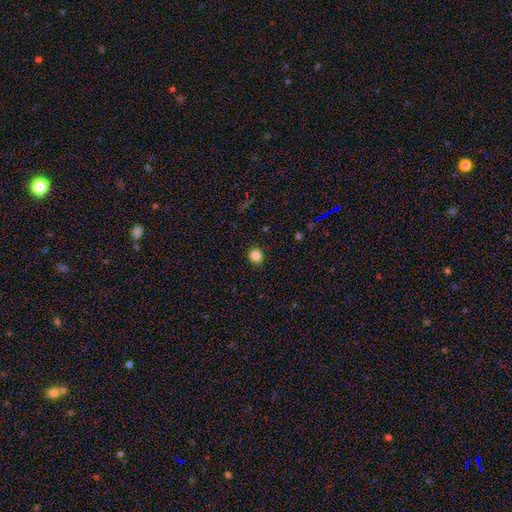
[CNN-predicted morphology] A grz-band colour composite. It shows a smooth galaxy with no disk features (84%) that is round (79%). Merging: none (91%).